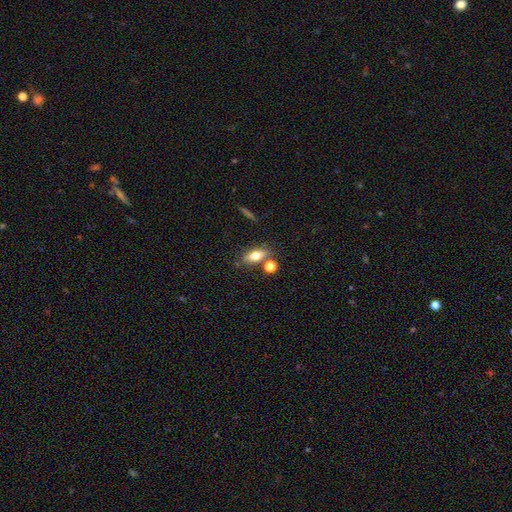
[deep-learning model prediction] This appears to be a smooth galaxy with no disk features (70%) that is in between round and cigar-shaped (73%). Merging: none (70%).